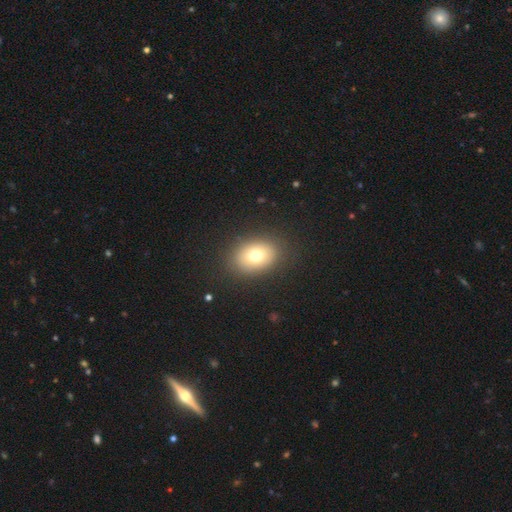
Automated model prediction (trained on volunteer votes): A smooth galaxy with no disk features (74%) that is in between round and cigar-shaped (68%). Merging: none (87%).